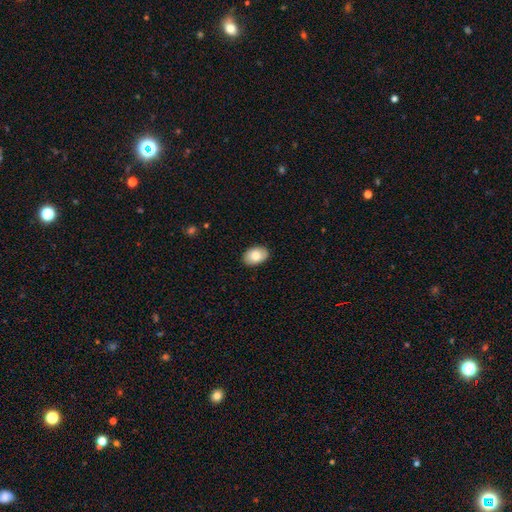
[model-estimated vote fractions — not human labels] Smooth or featured? Predicted: smooth (p=0.81). How rounded? Predicted: in between (p=0.87). Merging? Predicted: none (p=0.86).